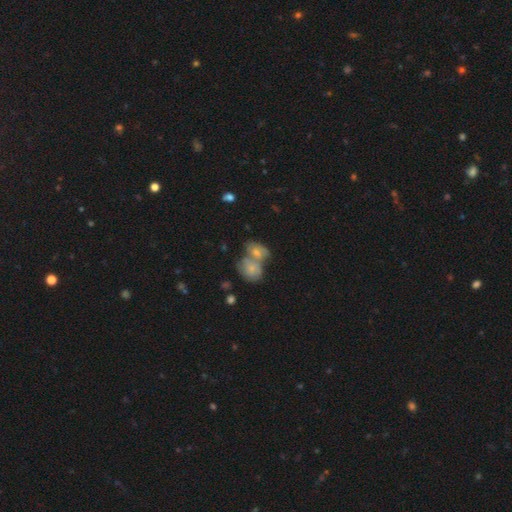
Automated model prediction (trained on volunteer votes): This is possibly a smooth galaxy (49%). Merging: possibly merger (54%).